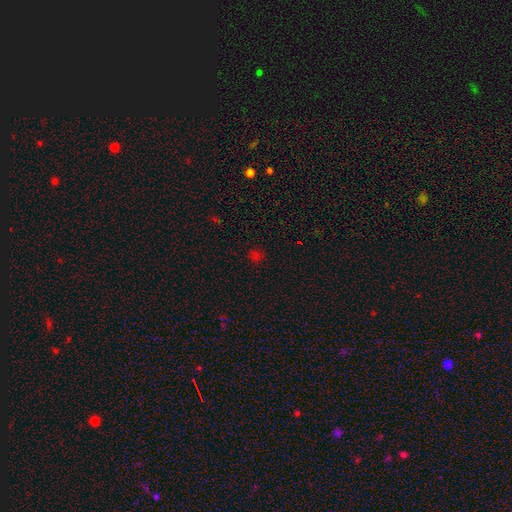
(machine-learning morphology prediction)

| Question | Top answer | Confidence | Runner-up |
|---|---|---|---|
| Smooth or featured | smooth | 57% | star or artifact (38%) |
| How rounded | round | 84% | in between (15%) |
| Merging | none | 82% | minor disturbance (11%) |